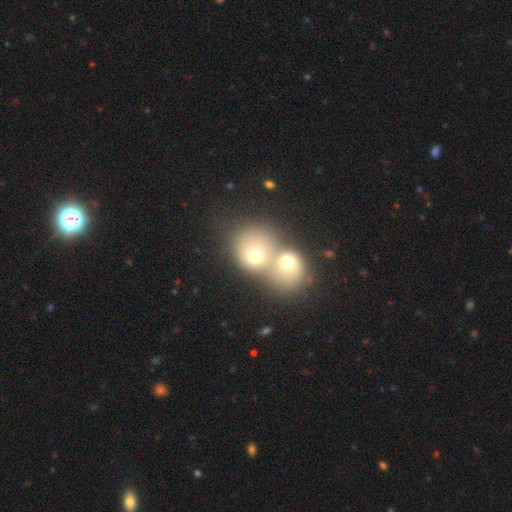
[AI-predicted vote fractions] Smooth or featured? smooth (58%)
How rounded? round (69%)
Merging? merger (72%)